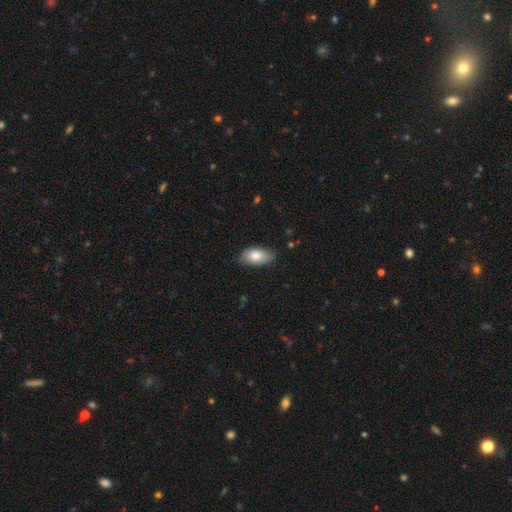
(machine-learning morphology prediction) This appears to be a smooth galaxy with no disk features (79%) that is in between round and cigar-shaped (92%). Merging: none (76%).